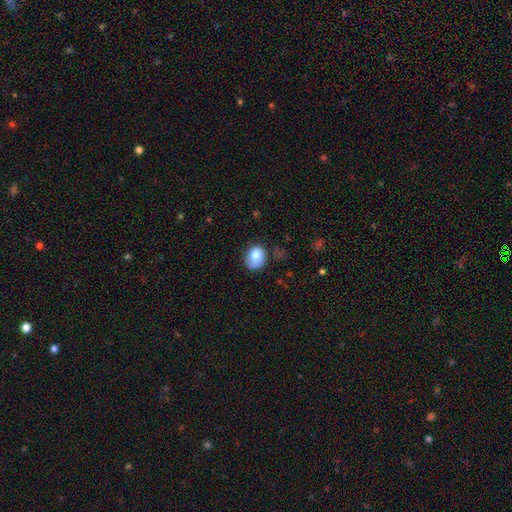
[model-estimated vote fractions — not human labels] Smooth or featured? smooth (80%)
How rounded? in between (54%)
Merging? none (56%)